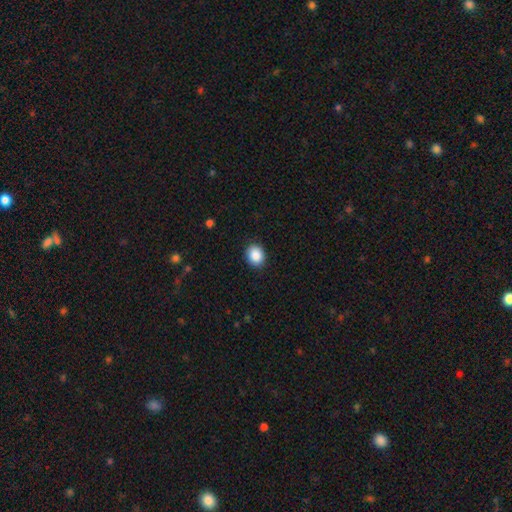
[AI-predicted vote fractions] Smooth or featured: smooth — 88% (star or artifact — 8%)
How rounded: round — 59% (in between — 40%)
Merging: none — 90% (minor disturbance — 7%)